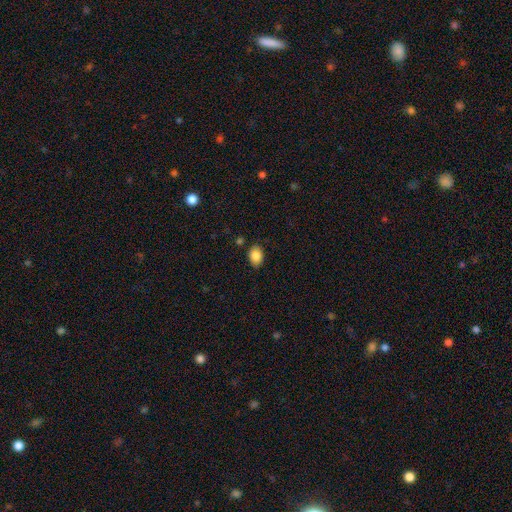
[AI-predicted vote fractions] smooth 86%, star or artifact 8%, featured or disk 6%. Down the decision tree: how rounded — in between (75%); merging — none (84%).